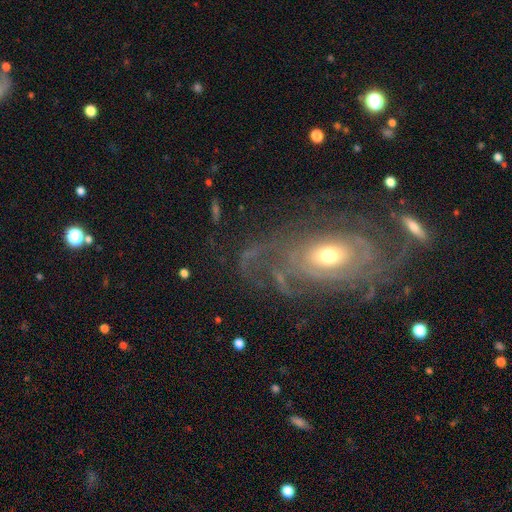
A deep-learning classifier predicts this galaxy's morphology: This is clearly a featured or disk galaxy (82%). It is clearly not viewed edge-on (95%). Bar: likely no (69%). Spiral arm pattern: clearly yes (89%). Spiral arm count: marginally can't tell (42%). Spiral winding: likely tight (62%). Central bulge: likely moderate (62%). Merging: likely none (61%).